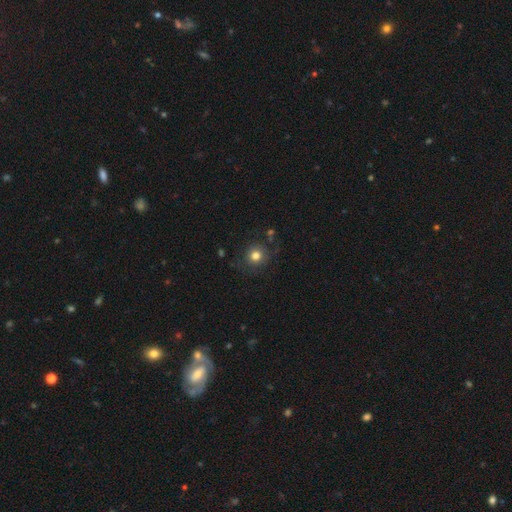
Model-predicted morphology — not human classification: A smooth galaxy with no disk features (79%) that is round (91%). Merging: none (81%).